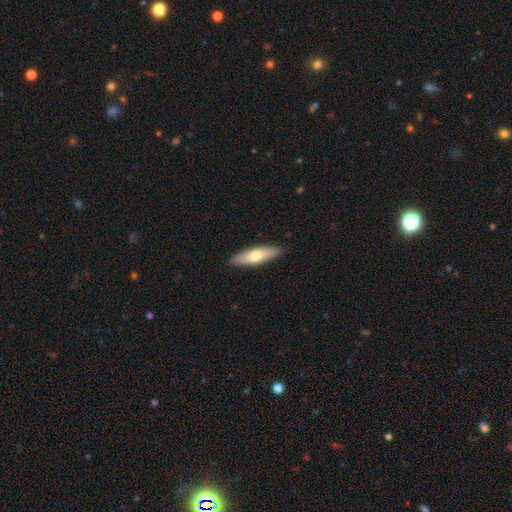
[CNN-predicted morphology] smooth-or-featured: smooth: 63% | featured or disk: 32% | star or artifact: 5%
  how-rounded: cigar-shaped: 57% | in between: 41% | round: 2%
  merging: none: 88% | minor disturbance: 9% | major disturbance: 2% | merger: 1%